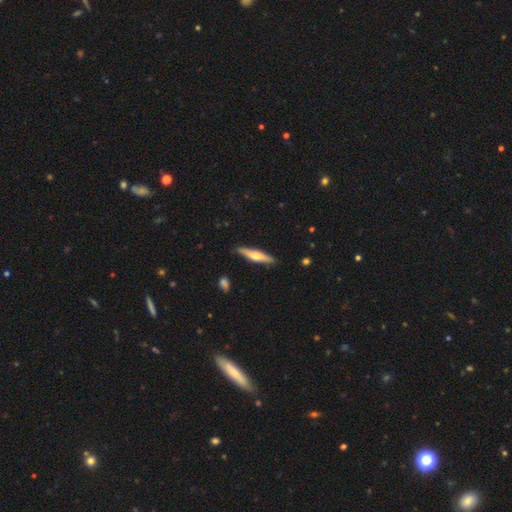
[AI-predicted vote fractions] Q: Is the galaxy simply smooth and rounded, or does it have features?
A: featured or disk — 54%.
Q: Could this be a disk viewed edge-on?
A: yes — 95%.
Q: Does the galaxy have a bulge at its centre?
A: rounded — 87%.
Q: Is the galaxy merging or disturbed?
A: none — 87%.